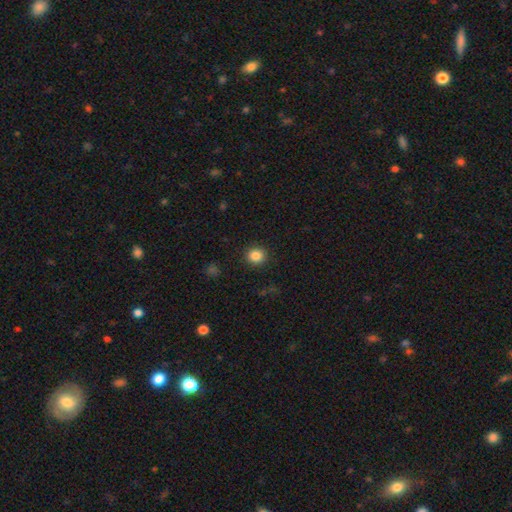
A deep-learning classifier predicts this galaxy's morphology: Overall: smooth (85%). How rounded: round (87%). Merging: none (91%).